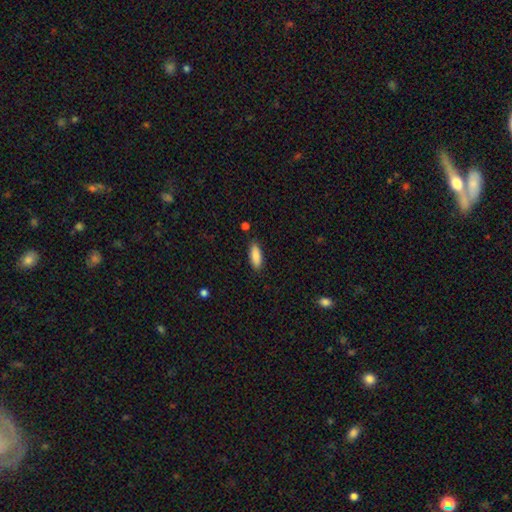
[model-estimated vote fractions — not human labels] Smooth or featured? Predicted: smooth (p=0.88). How rounded? Predicted: in between (p=0.67). Merging? Predicted: none (p=0.86).